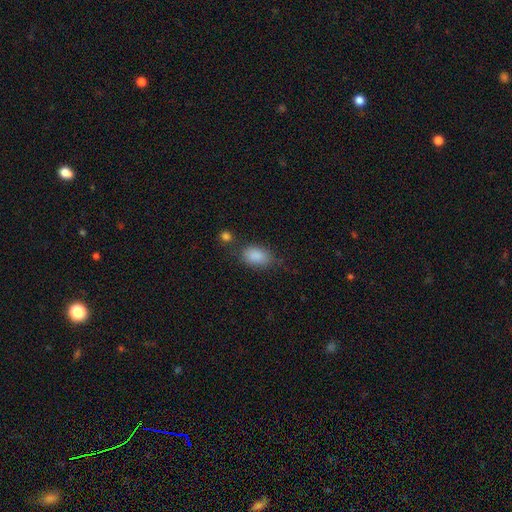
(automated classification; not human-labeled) smooth-or-featured: smooth: 87% | star or artifact: 8% | featured or disk: 5%
  how-rounded: in between: 88% | round: 11% | cigar-shaped: 2%
  merging: none: 69% | minor disturbance: 20% | major disturbance: 6% | merger: 6%